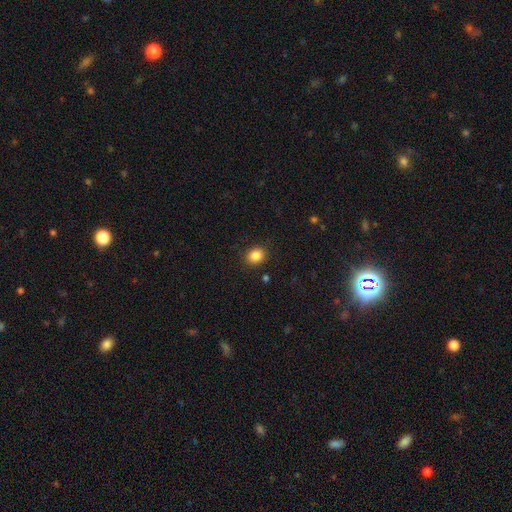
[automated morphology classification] The model was most divided on "how rounded": round: 61%, in between: 38%, cigar-shaped: 1%. More confident: merging — none (89%); smooth or featured — smooth (85%).